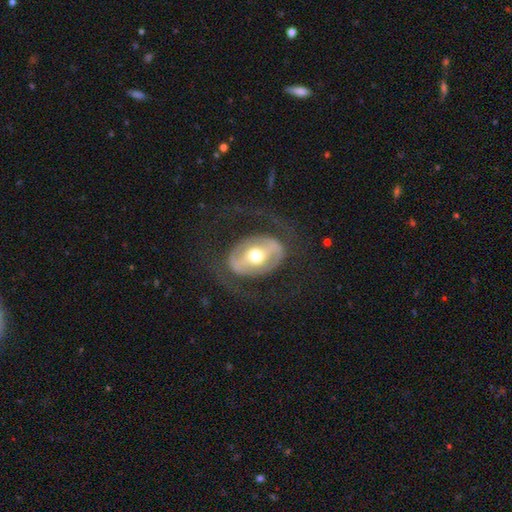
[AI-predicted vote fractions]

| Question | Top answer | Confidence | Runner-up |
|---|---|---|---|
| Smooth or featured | featured or disk | 75% | smooth (20%) |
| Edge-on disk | no | 94% | yes (6%) |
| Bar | strong | 43% | no (30%) |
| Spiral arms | yes | 54% | no (46%) |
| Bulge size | moderate | 65% | large (25%) |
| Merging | none | 68% | major disturbance (19%) |